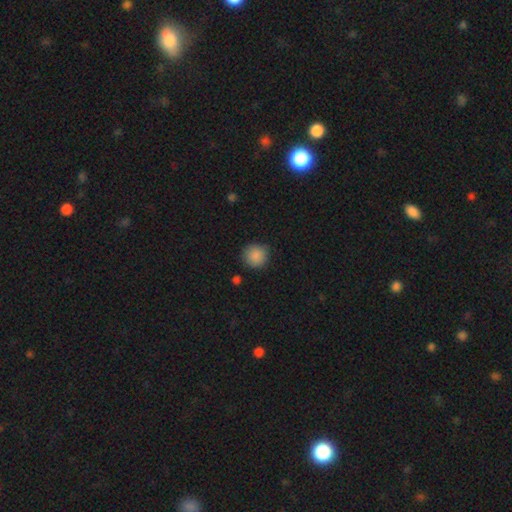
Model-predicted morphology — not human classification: type=smooth (88%); roundness=round (92%); merging=none (84%).